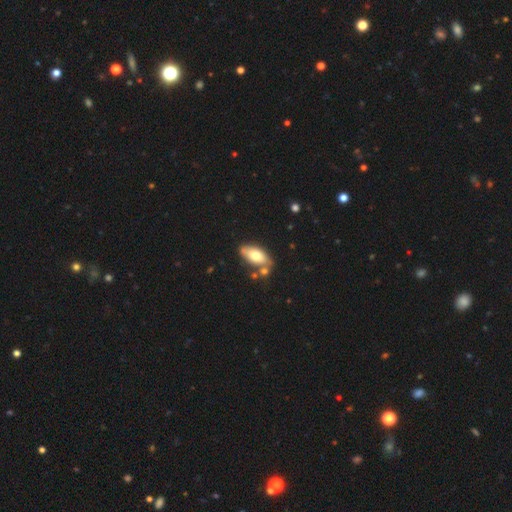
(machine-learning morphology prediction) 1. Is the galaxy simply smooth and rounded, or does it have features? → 67% smooth, 27% featured or disk, 6% star or artifact.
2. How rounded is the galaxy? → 88% in between, 10% cigar-shaped, 3% round.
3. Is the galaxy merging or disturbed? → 65% none, 16% minor disturbance, 15% merger, 4% major disturbance.